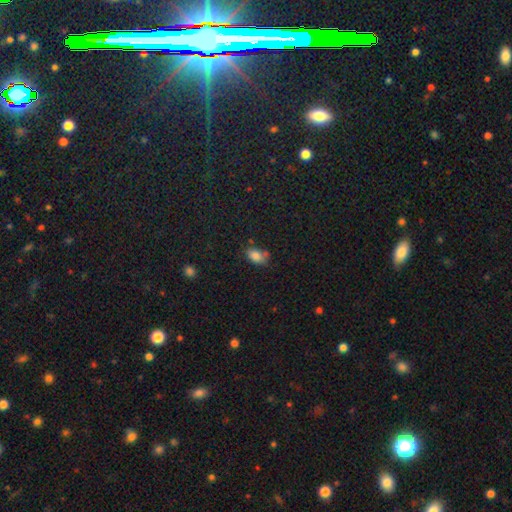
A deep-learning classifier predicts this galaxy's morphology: A smooth galaxy with no disk features (81%) that is in between round and cigar-shaped (86%). Merging: none (56%).